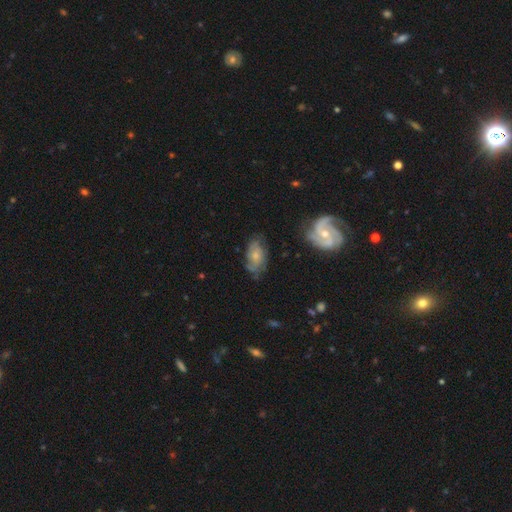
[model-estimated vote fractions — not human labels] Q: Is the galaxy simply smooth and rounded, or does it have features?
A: featured or disk — 51%.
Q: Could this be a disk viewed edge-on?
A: no — 94%.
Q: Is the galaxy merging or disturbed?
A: none — 61%.